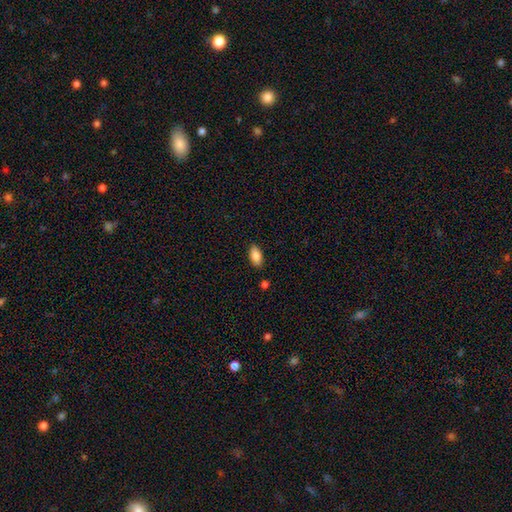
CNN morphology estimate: A smooth galaxy with no disk features (86%) that is in between round and cigar-shaped (91%). Merging: none (86%).